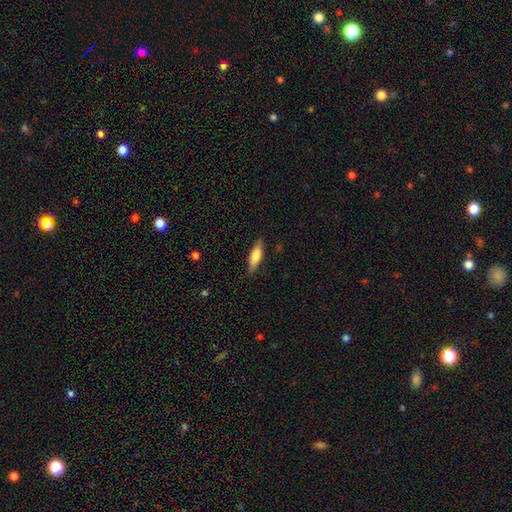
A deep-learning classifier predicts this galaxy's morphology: A smooth galaxy with no disk features (69%) that is cigar-shaped (55%). Merging: none (84%).